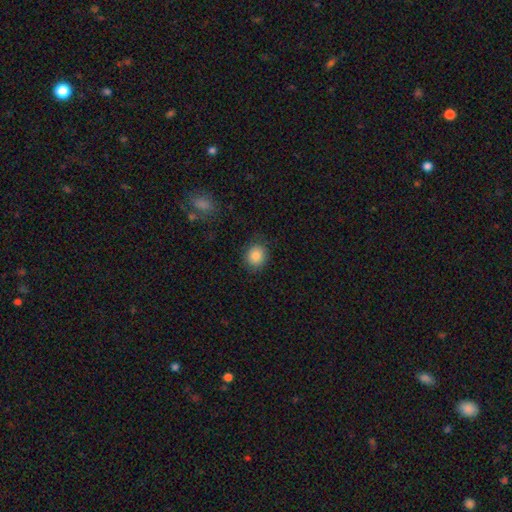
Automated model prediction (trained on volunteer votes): Smooth or featured: smooth — 87% (star or artifact — 9%)
How rounded: round — 73% (in between — 26%)
Merging: none — 84% (minor disturbance — 12%)